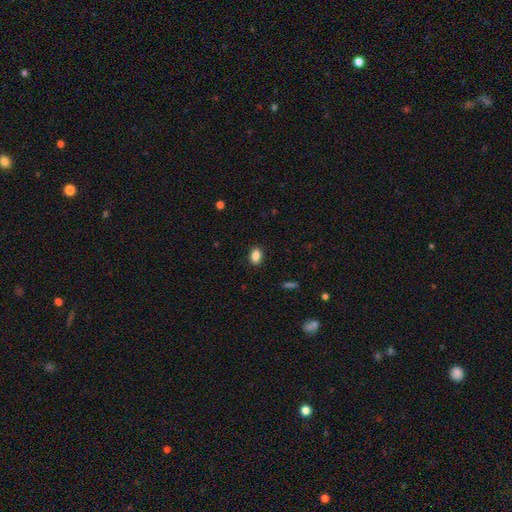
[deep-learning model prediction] This is clearly a smooth galaxy (87%). How rounded: clearly in between (84%). Merging: clearly none (88%).